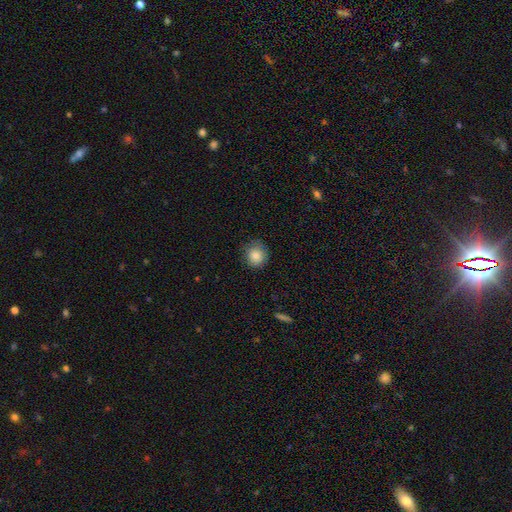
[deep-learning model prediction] smooth 86%, star or artifact 9%, featured or disk 5%. Down the decision tree: how rounded — round (84%); merging — none (78%).